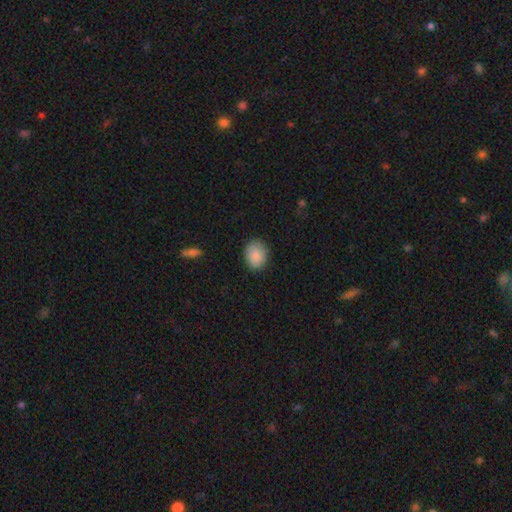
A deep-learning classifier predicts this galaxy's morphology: A smooth galaxy with no disk features (88%) that is in between round and cigar-shaped (60%). Merging: none (82%).